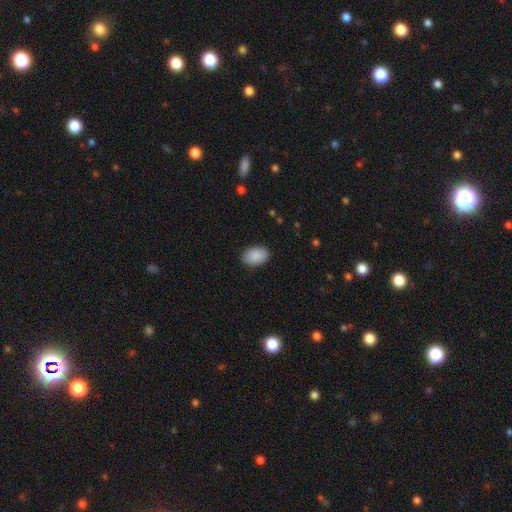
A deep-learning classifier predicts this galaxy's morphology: This is clearly a smooth galaxy (90%). How rounded: clearly in between (89%). Merging: clearly none (88%).